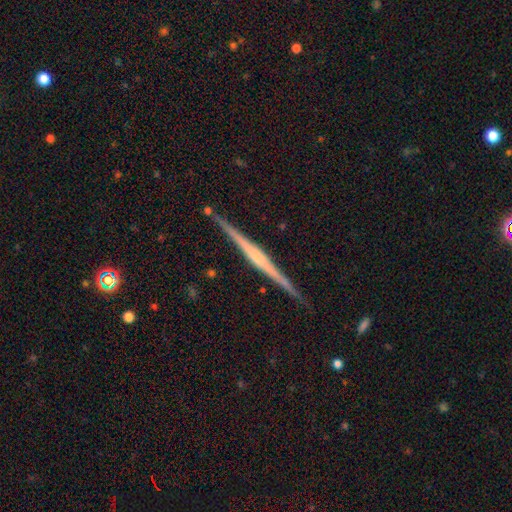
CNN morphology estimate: featured or disk 82%, smooth 13%, star or artifact 6%. Down the decision tree: edge-on disk — yes (99%); edge-on bulge — rounded (54%); merging — none (90%).